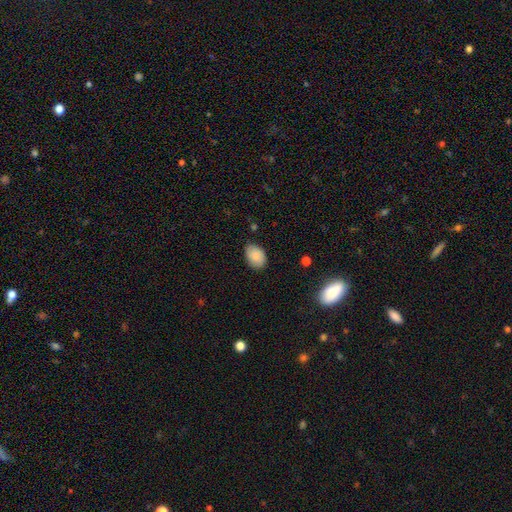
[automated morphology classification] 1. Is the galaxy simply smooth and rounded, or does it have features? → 87% smooth, 7% star or artifact, 6% featured or disk.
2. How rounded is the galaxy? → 81% in between, 18% round, 1% cigar-shaped.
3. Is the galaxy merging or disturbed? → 78% none, 18% minor disturbance, 3% major disturbance, 1% merger.